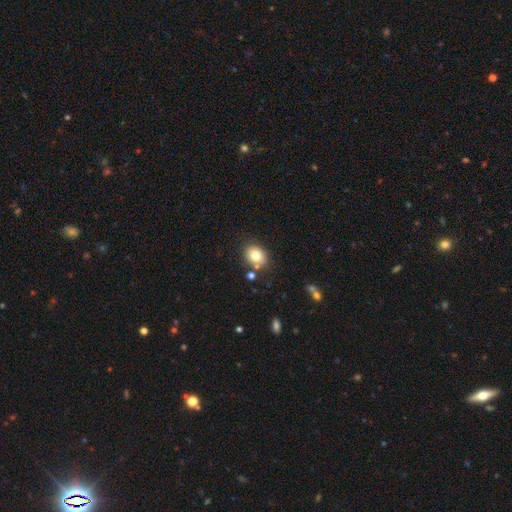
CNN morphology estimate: A smooth galaxy with no disk features (79%) that is round (53%). Merging: none (77%).